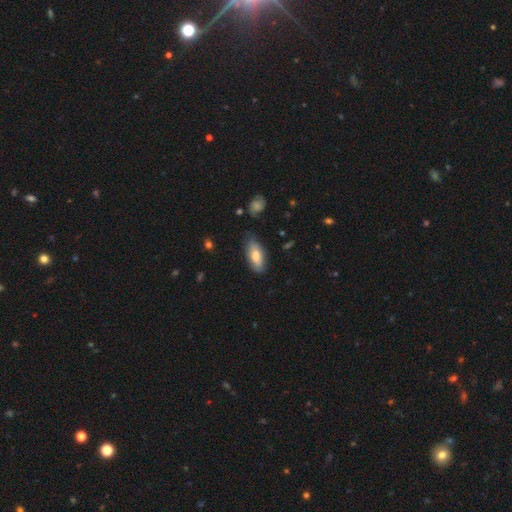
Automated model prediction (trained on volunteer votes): This is likely a smooth galaxy (76%). How rounded: clearly in between (87%). Merging: likely none (71%).